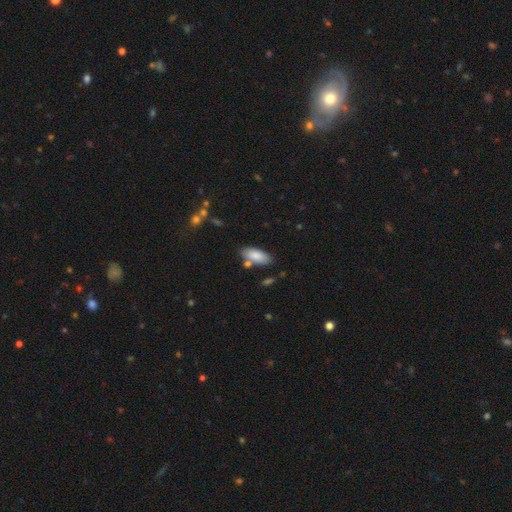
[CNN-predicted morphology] The model was most divided on "merging": none: 74%, minor disturbance: 13%, merger: 9%, major disturbance: 3%. More confident: smooth or featured — smooth (84%); how rounded — in between (83%).